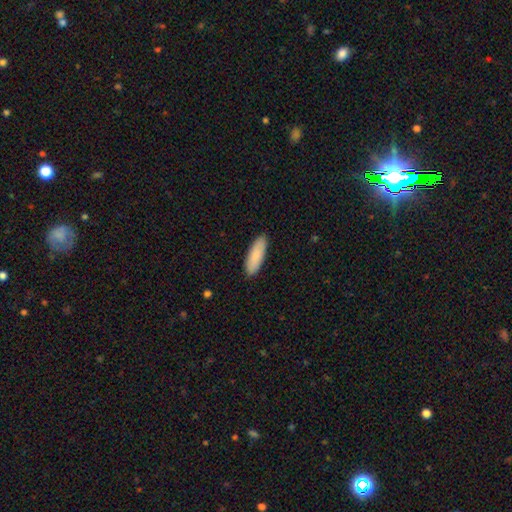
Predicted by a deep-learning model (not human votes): Morphology: type=smooth (87%); roundness=in between (55%); merging=none (90%).